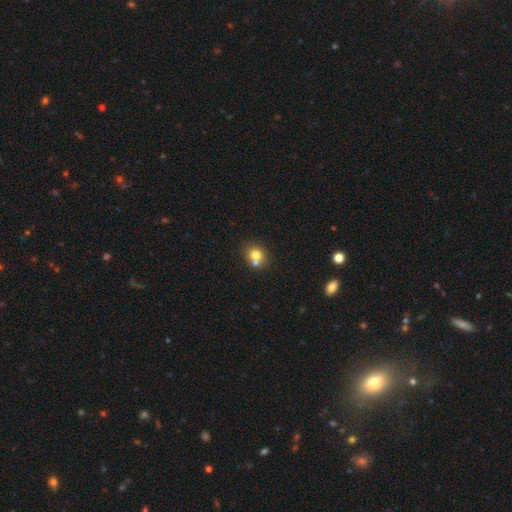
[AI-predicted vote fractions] A smooth galaxy with no disk features (75%) that is round (77%).

Vote fractions:
- Smooth or featured? smooth: 75% / featured or disk: 14% / star or artifact: 12%
- How rounded? round: 77% / in between: 23% / cigar-shaped: 1%
- Merging? none: 51% / merger: 38% / minor disturbance: 8% / major disturbance: 3%